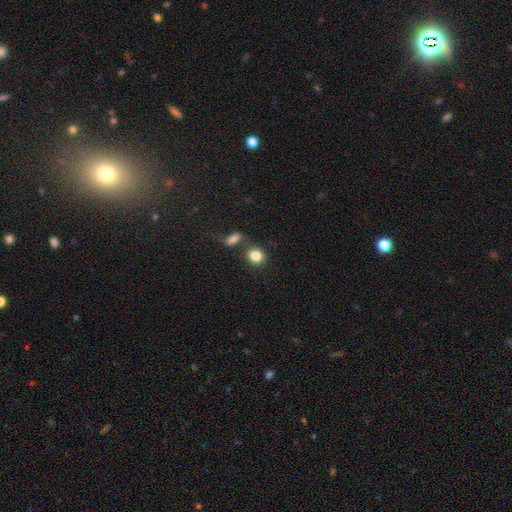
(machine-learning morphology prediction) This is clearly a smooth galaxy (83%). How rounded: likely round (76%). Merging: likely none (60%).